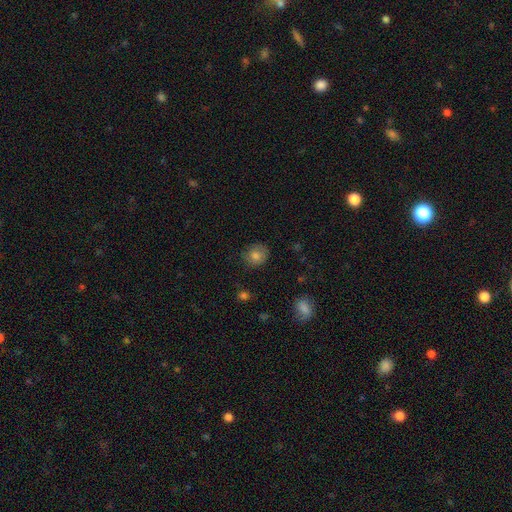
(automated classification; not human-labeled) A smooth galaxy with no disk features (80%) that is round (76%). Merging: none (80%).